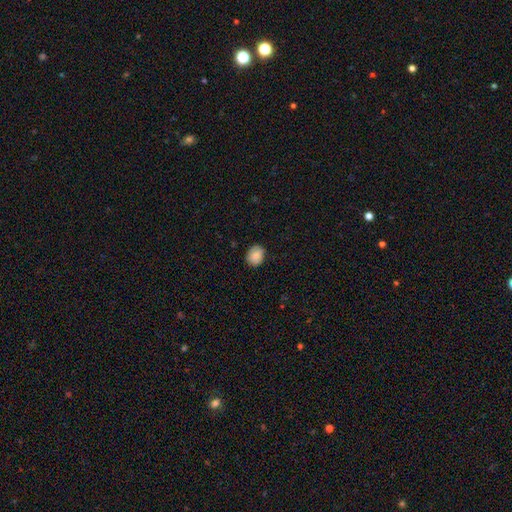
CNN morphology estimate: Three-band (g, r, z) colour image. It shows a smooth galaxy with no disk features (84%) that is round (51%). Merging: none (81%).